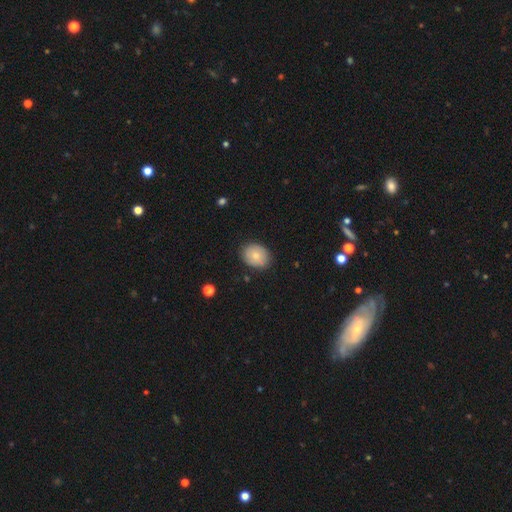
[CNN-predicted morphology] smooth-or-featured: smooth: 74% | featured or disk: 18% | star or artifact: 8%
  how-rounded: round: 51% | in between: 48% | cigar-shaped: 1%
  merging: none: 82% | minor disturbance: 14% | major disturbance: 3% | merger: 2%